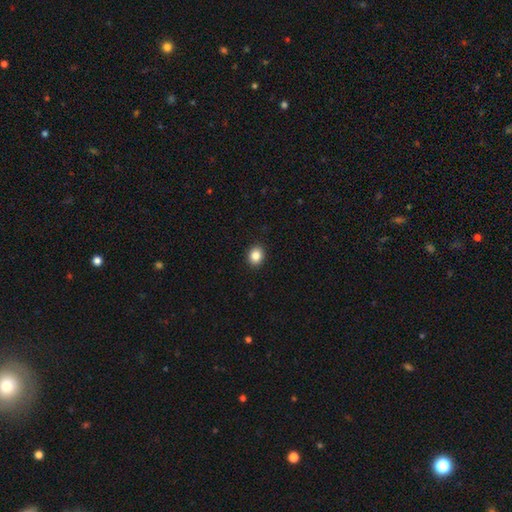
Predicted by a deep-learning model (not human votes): smooth-or-featured: smooth: 86% | star or artifact: 10% | featured or disk: 4%
  how-rounded: round: 58% | in between: 41% | cigar-shaped: 1%
  merging: none: 92% | minor disturbance: 6% | major disturbance: 2% | merger: 1%